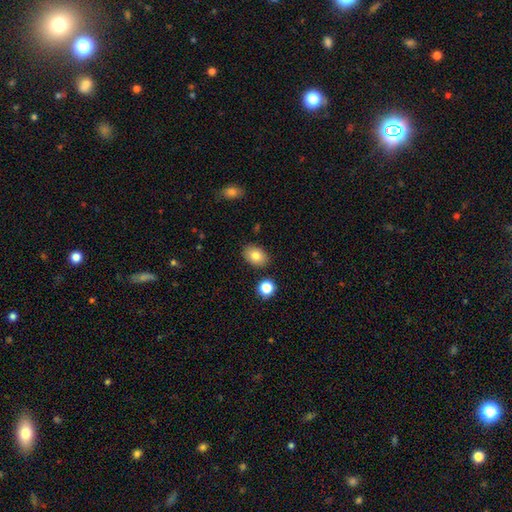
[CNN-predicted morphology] Smooth or featured? smooth (81%)
How rounded? in between (80%)
Merging? none (85%)